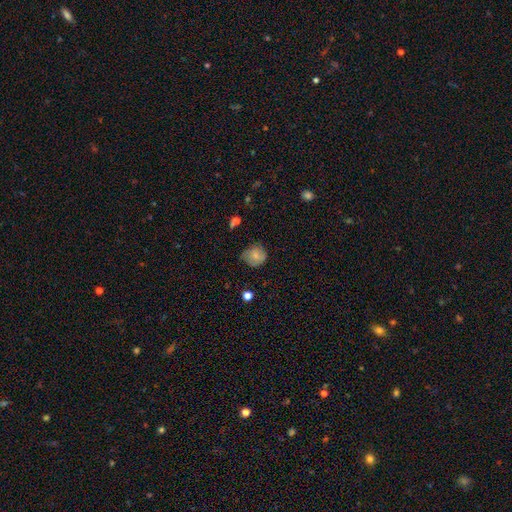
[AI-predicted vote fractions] This is likely a smooth galaxy (73%). How rounded: likely round (79%). Merging: likely none (60%).